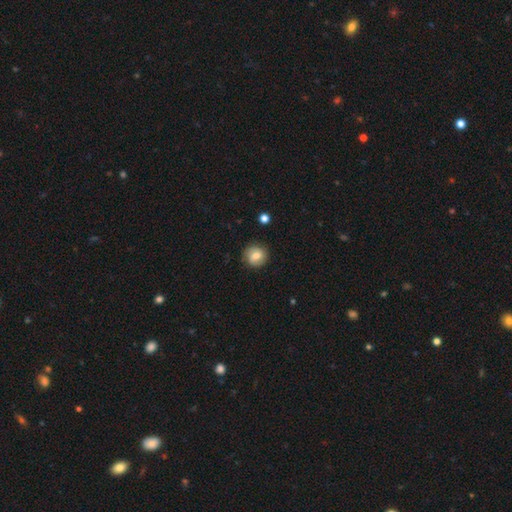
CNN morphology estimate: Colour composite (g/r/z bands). It shows a smooth galaxy with no disk features (70%) that is round (85%). Merging: none (83%).